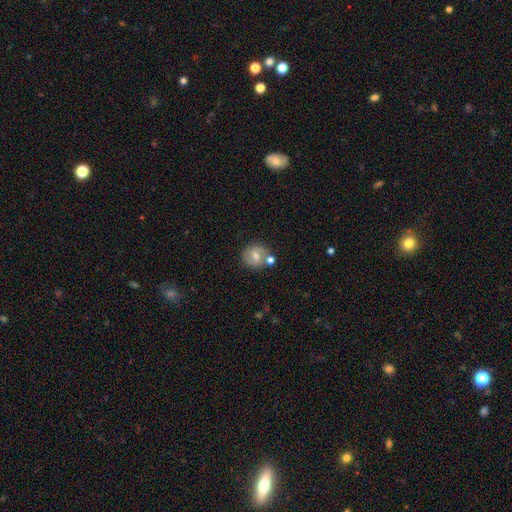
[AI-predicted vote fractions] Smooth or featured? smooth (56%)
How rounded? round (83%)
Merging? none (67%)